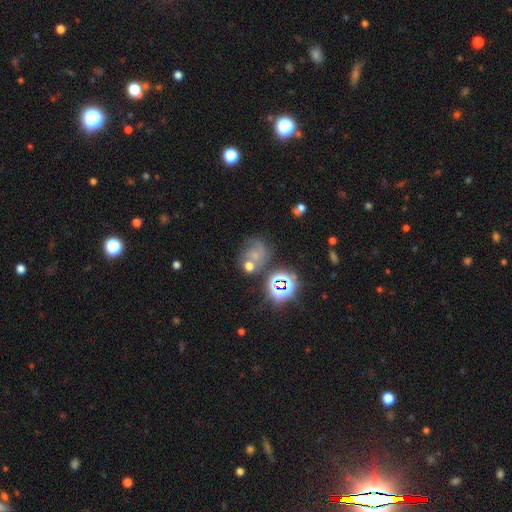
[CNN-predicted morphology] Q: Smooth or featured?
A: star or artifact (35%); runner-up: smooth (34%)